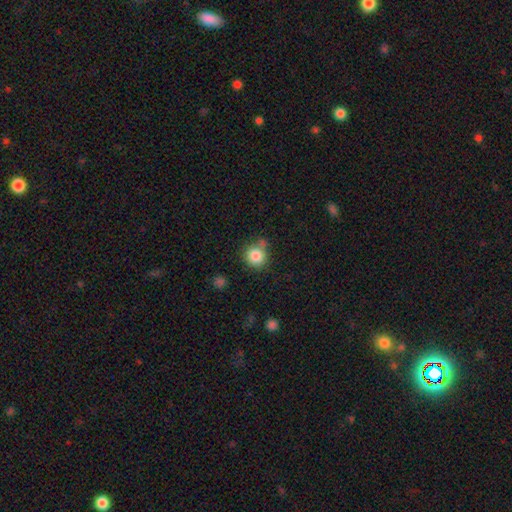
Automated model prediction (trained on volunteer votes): Smooth or featured? Predicted: smooth (p=0.84). How rounded? Predicted: round (p=0.91). Merging? Predicted: none (p=0.67).